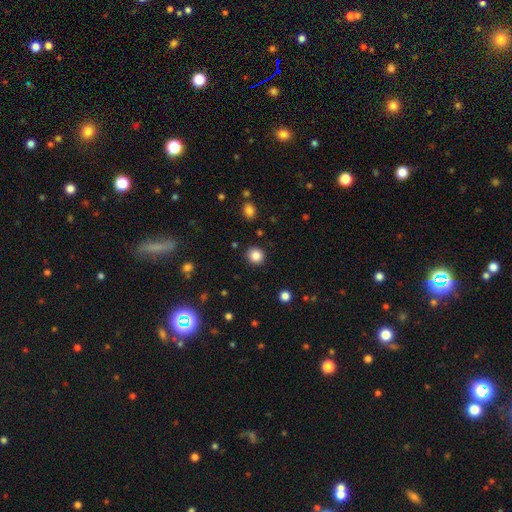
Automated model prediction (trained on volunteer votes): smooth-or-featured: smooth: 85% | star or artifact: 11% | featured or disk: 4%
  how-rounded: round: 89% | in between: 10% | cigar-shaped: 1%
  merging: none: 90% | minor disturbance: 7% | major disturbance: 2% | merger: 2%